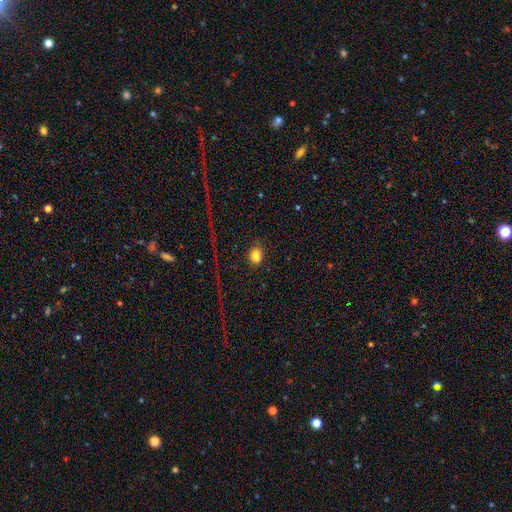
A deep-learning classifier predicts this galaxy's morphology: smooth 80%, star or artifact 14%, featured or disk 6%. Down the decision tree: how rounded — in between (58%); merging — none (77%).